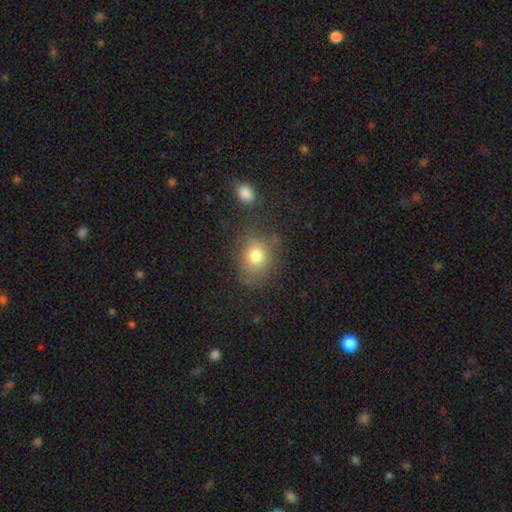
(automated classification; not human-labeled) A smooth galaxy with no disk features (77%) that is round (50%).

Vote fractions:
- Smooth or featured? smooth: 77% / star or artifact: 12% / featured or disk: 11%
- How rounded? round: 50% / in between: 49% / cigar-shaped: 1%
- Merging? none: 70% / minor disturbance: 17% / major disturbance: 7% / merger: 5%